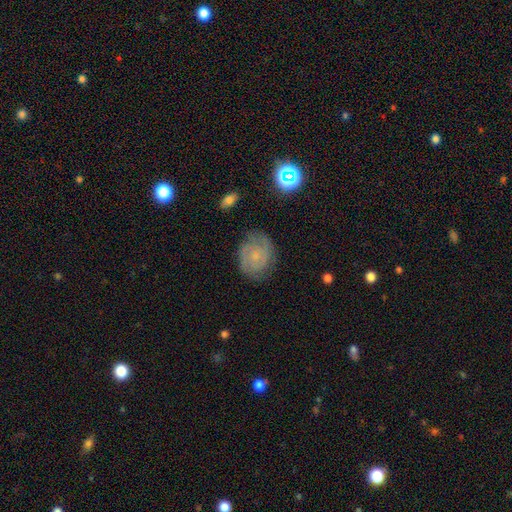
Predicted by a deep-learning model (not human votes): Smooth or featured? Predicted: featured or disk (p=0.58). Edge-on disk? Predicted: no (p=0.97). Bar? Predicted: no (p=0.73). Spiral arms? Predicted: yes (p=0.86). Bulge size? Predicted: small (p=0.70). Merging? Predicted: none (p=0.74).